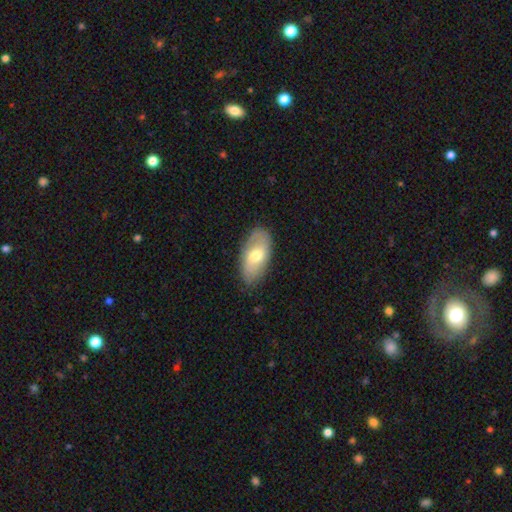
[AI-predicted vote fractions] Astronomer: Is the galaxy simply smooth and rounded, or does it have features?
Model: smooth — 58% (runner-up: featured or disk, 36%).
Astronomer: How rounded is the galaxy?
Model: in between — 92%.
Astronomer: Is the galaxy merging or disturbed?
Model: none — 81%.